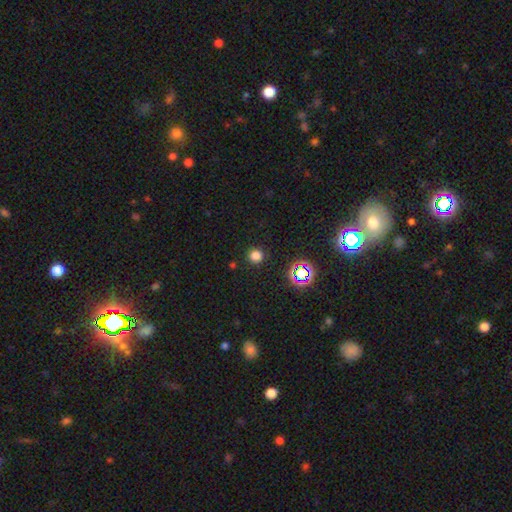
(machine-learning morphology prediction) type=smooth (75%); roundness=round (94%); merging=none (91%).